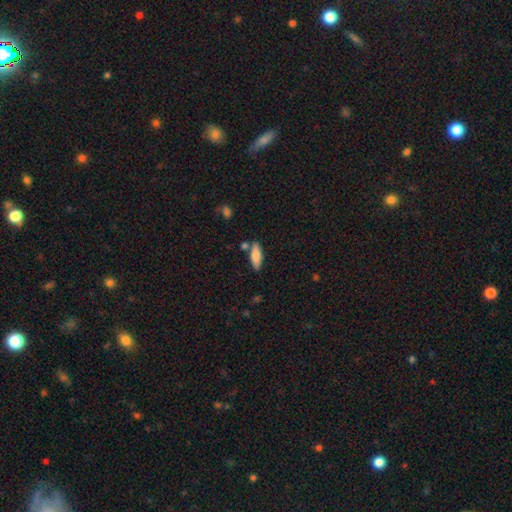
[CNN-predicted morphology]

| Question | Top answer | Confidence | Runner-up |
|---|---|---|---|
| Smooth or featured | smooth | 78% | featured or disk (16%) |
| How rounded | in between | 56% | cigar-shaped (42%) |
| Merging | none | 78% | minor disturbance (12%) |